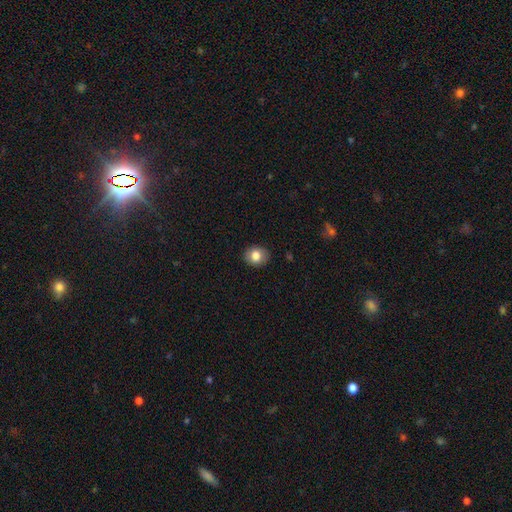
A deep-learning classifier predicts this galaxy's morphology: smooth-or-featured: smooth: 82% | featured or disk: 9% | star or artifact: 9%
  how-rounded: round: 67% | in between: 32% | cigar-shaped: 1%
  merging: none: 89% | minor disturbance: 8% | major disturbance: 2% | merger: 1%